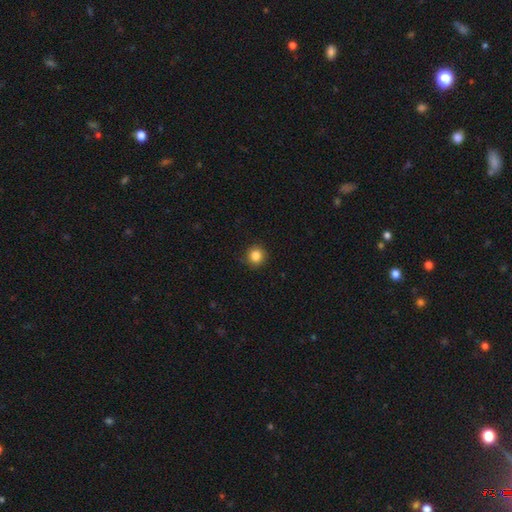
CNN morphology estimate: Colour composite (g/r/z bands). It shows a smooth galaxy with no disk features (85%) that is round (93%). Merging: none (89%).